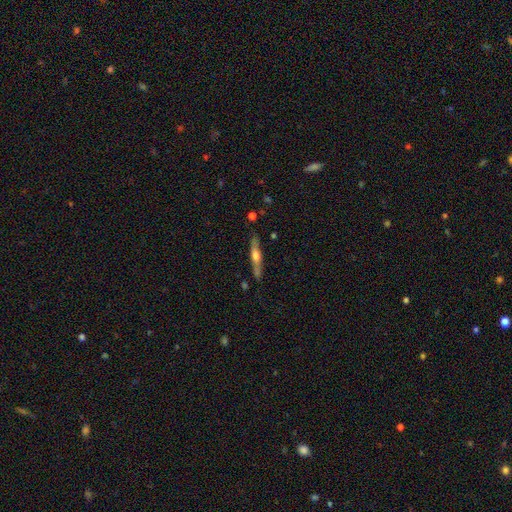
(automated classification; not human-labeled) Smooth or featured?
  - featured or disk: 58% *
  - smooth: 36%
  - star or artifact: 6%
Edge-on disk?
  - yes: 92% *
  - no: 8%
Edge-on bulge?
  - rounded: 86% *
  - none: 8%
  - boxy: 6%
Merging?
  - none: 81% *
  - minor disturbance: 13%
  - merger: 3%
  - major disturbance: 3%